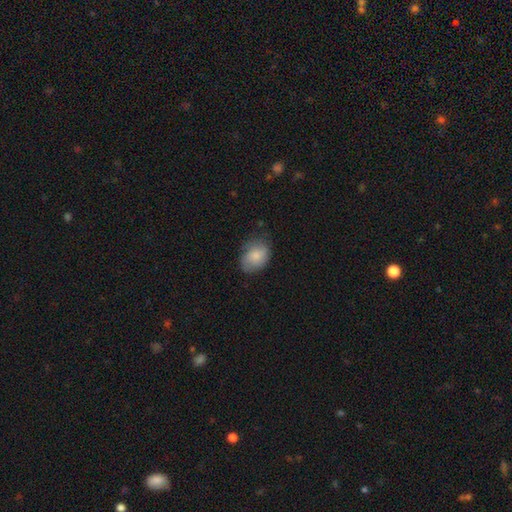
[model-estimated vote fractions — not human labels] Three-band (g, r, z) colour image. It shows a smooth galaxy with no disk features (81%) that is in between round and cigar-shaped (74%). Merging: none (64%).